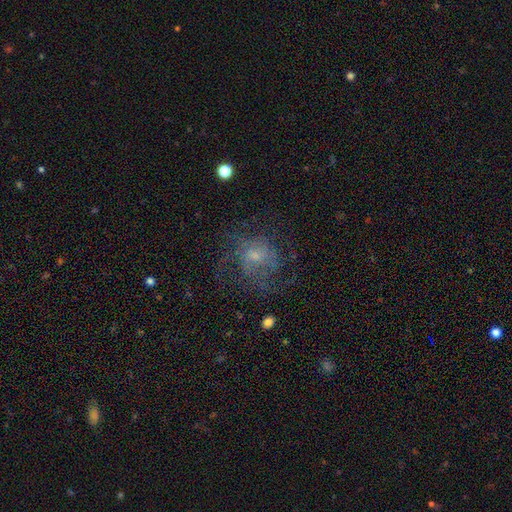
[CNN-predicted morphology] This is possibly a featured or disk galaxy (57%). It is clearly not viewed edge-on (97%). Bar: likely no (69%). Spiral arm pattern: likely yes (68%). Central bulge: possibly small (56%). Merging: possibly none (55%).